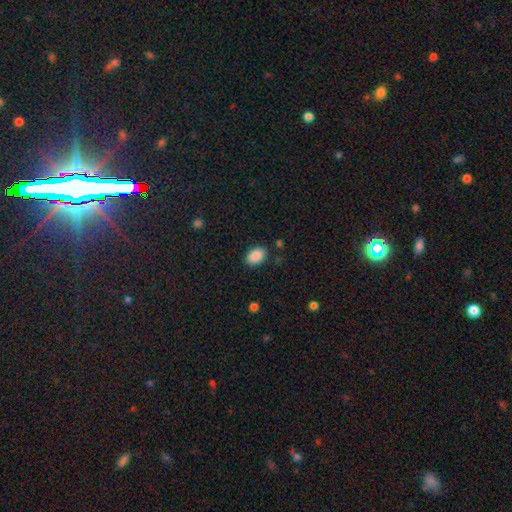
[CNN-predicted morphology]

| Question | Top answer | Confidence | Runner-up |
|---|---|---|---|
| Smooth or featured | smooth | 89% | star or artifact (8%) |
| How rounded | in between | 86% | round (13%) |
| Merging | none | 86% | minor disturbance (10%) |